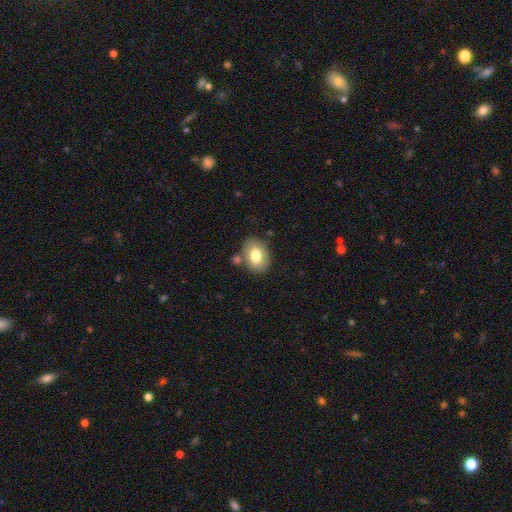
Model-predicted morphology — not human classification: smooth 75%, featured or disk 17%, star or artifact 7%. Down the decision tree: how rounded — in between (75%); merging — none (74%).